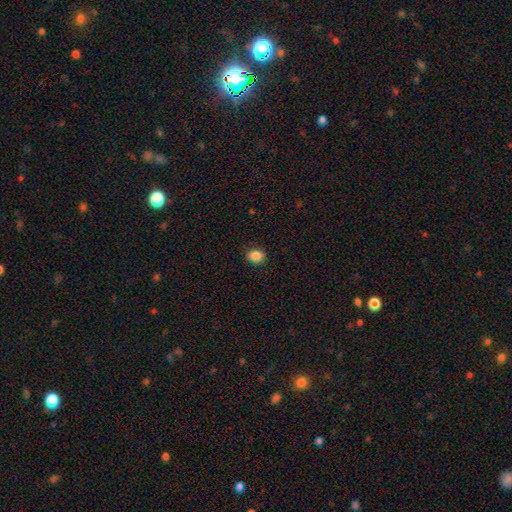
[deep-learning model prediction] Smooth or featured?
  - smooth: 87% *
  - star or artifact: 10%
  - featured or disk: 4%
How rounded?
  - in between: 50% *
  - round: 49%
  - cigar-shaped: 1%
Merging?
  - none: 88% *
  - minor disturbance: 9%
  - major disturbance: 2%
  - merger: 1%